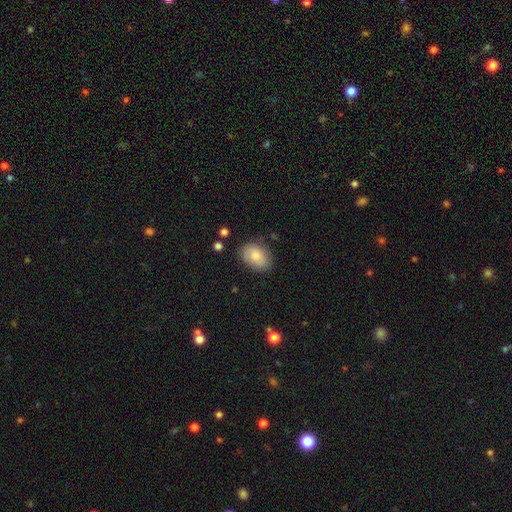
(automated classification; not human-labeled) This appears to be a smooth galaxy with no disk features (79%) that is in between round and cigar-shaped (84%). Merging: none (78%).